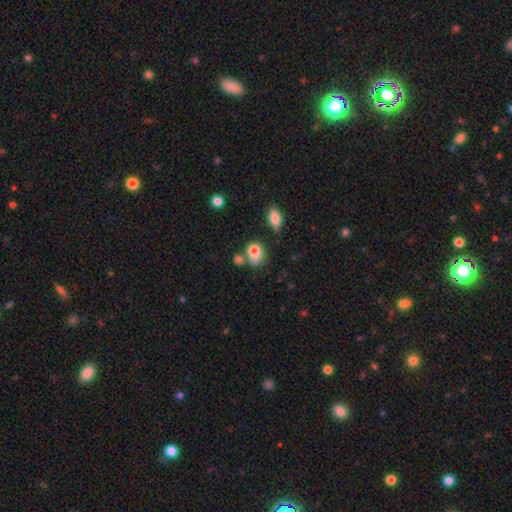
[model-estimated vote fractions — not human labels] Smooth or featured: smooth — 77% (featured or disk — 13%)
How rounded: round — 52% (in between — 46%)
Merging: none — 37% (merger — 32%)